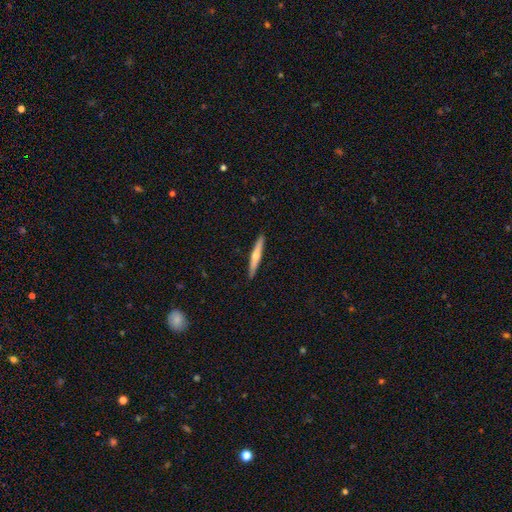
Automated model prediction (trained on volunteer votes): This is possibly a featured or disk galaxy (55%). It is clearly viewed edge-on (96%). Edge-on bulge: clearly rounded (84%). Merging: clearly none (92%).